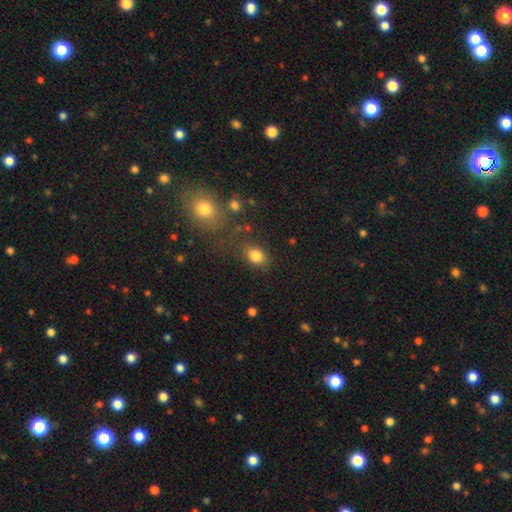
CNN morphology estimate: Smooth or featured?
  - smooth: 84% *
  - star or artifact: 10%
  - featured or disk: 6%
How rounded?
  - in between: 62% *
  - round: 36%
  - cigar-shaped: 1%
Merging?
  - none: 71% *
  - minor disturbance: 16%
  - major disturbance: 7%
  - merger: 6%